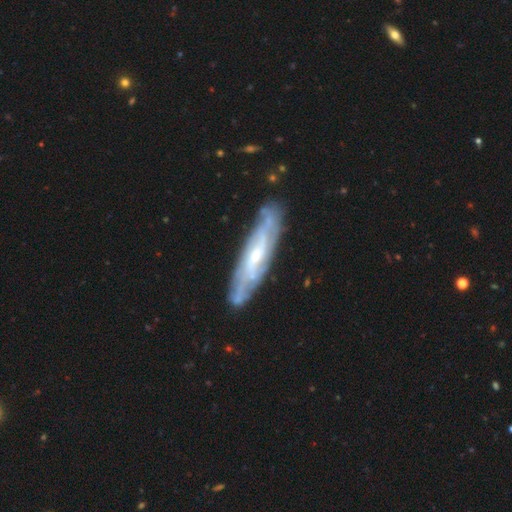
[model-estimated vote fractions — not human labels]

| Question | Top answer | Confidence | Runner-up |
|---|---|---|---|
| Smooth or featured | featured or disk | 78% | smooth (16%) |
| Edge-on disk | no | 64% | yes (36%) |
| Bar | no | 49% | weak (38%) |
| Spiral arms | yes | 88% | no (12%) |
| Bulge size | small | 58% | moderate (36%) |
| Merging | none | 82% | minor disturbance (14%) |